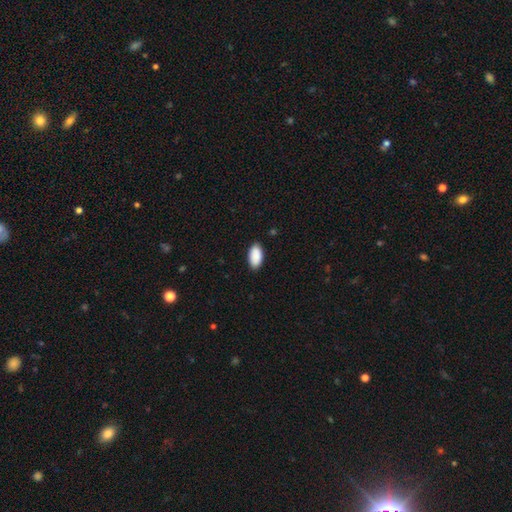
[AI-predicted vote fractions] Overall: smooth (91%). How rounded: in between (96%). Merging: none (87%).